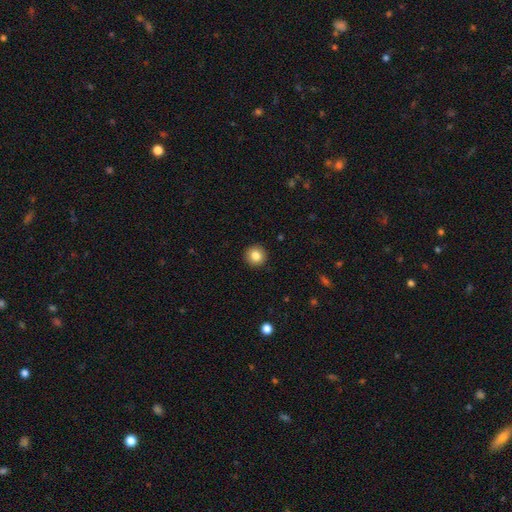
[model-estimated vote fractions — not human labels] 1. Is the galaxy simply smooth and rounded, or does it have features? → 83% smooth, 10% star or artifact, 7% featured or disk.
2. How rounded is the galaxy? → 95% round, 4% in between, 1% cigar-shaped.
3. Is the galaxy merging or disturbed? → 93% none, 4% minor disturbance, 2% major disturbance, 1% merger.